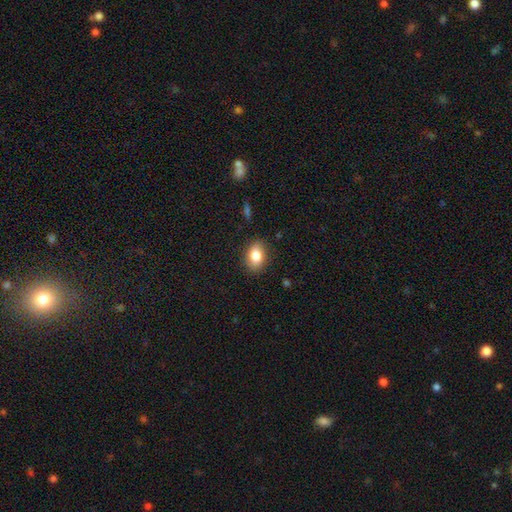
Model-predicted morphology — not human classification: smooth_or_featured: smooth (p=0.82) [alt: featured or disk p=0.10]
how_rounded: in between (p=0.81) [alt: round p=0.18]
merging: none (p=0.86) [alt: minor disturbance p=0.11]